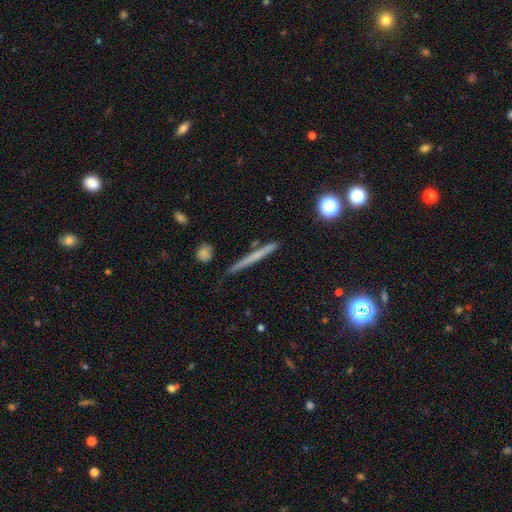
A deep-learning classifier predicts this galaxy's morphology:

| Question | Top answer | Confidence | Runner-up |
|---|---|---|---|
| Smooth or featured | smooth | 46% | tied: featured or disk (46%) |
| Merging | none | 87% | minor disturbance (10%) |